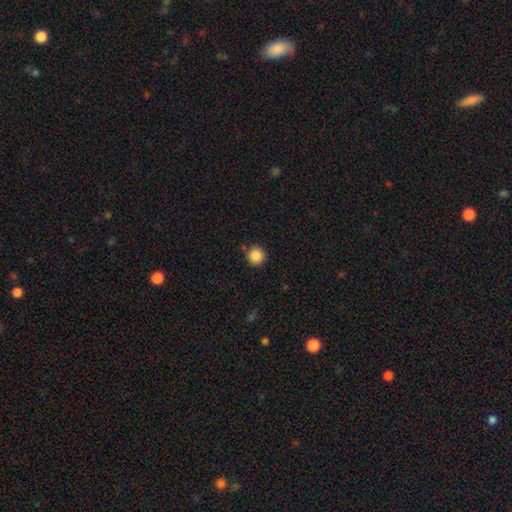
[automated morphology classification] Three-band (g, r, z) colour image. It shows a smooth galaxy with no disk features (87%) that is round (95%). Merging: none (89%).